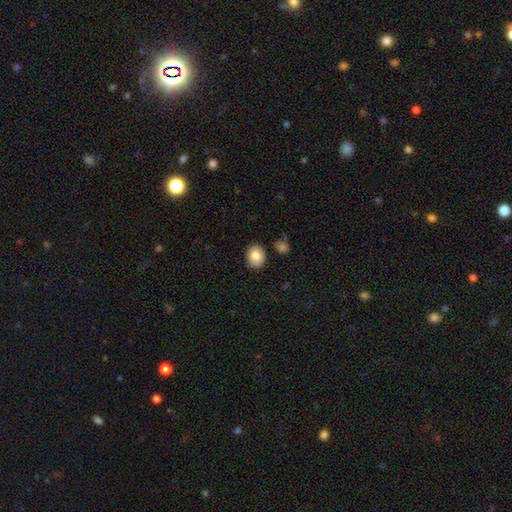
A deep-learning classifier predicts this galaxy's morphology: type=smooth (80%); roundness=in between (54%); merging=none (86%).